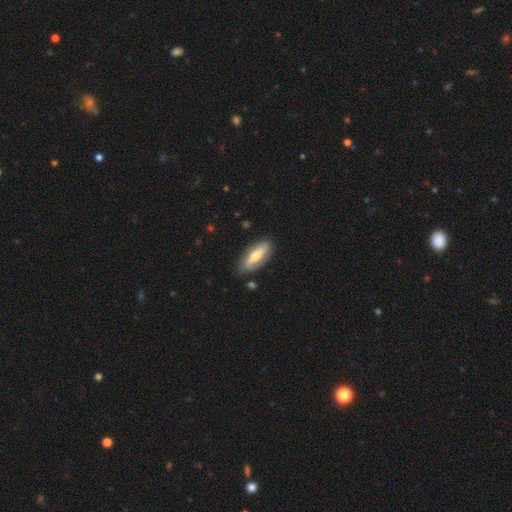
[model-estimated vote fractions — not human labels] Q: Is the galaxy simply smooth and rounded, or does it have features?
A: smooth — 48%.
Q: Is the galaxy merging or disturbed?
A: none — 83%.